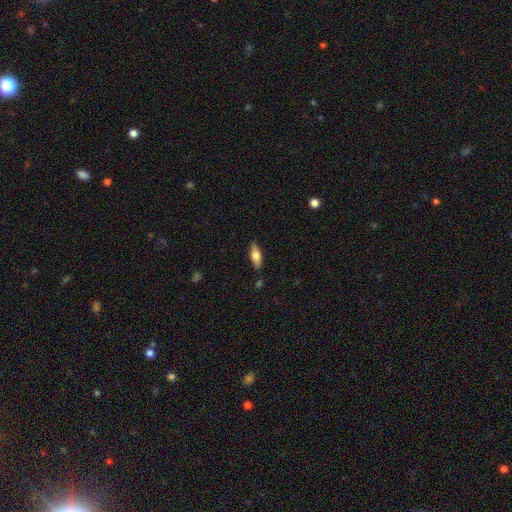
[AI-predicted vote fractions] Smooth or featured: smooth — 62% (featured or disk — 32%)
How rounded: in between — 68% (cigar-shaped — 29%)
Merging: none — 84% (minor disturbance — 11%)